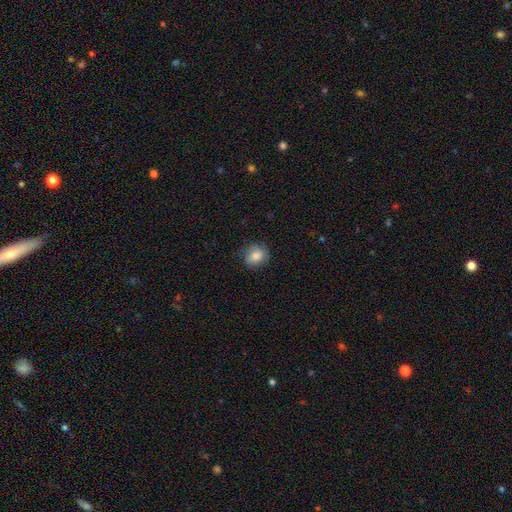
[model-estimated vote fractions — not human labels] Overall: smooth (81%). How rounded: round (64%; in between 34%). Merging: none (74%).